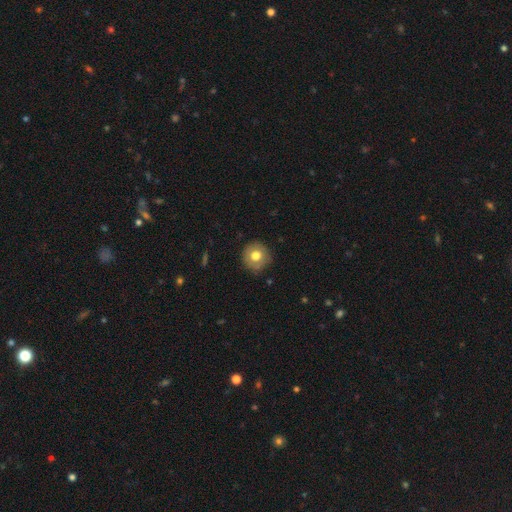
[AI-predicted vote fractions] smooth-or-featured: smooth: 72% | featured or disk: 19% | star or artifact: 9%
  how-rounded: round: 94% | in between: 5% | cigar-shaped: 1%
  merging: none: 88% | minor disturbance: 9% | major disturbance: 2% | merger: 1%